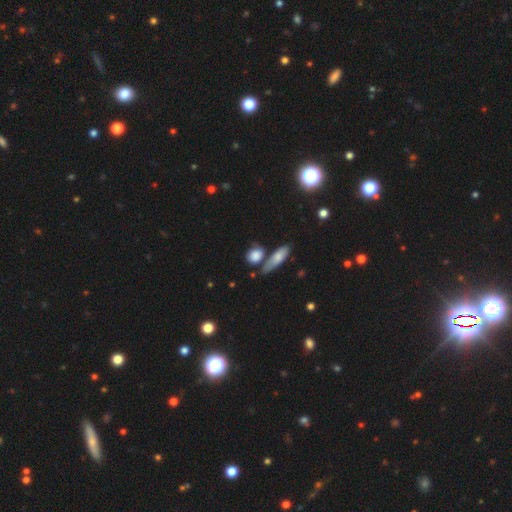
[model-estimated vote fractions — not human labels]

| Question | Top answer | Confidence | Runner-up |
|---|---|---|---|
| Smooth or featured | smooth | 81% | featured or disk (11%) |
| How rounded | round | 60% | in between (32%) |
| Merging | none | 59% | merger (20%) |